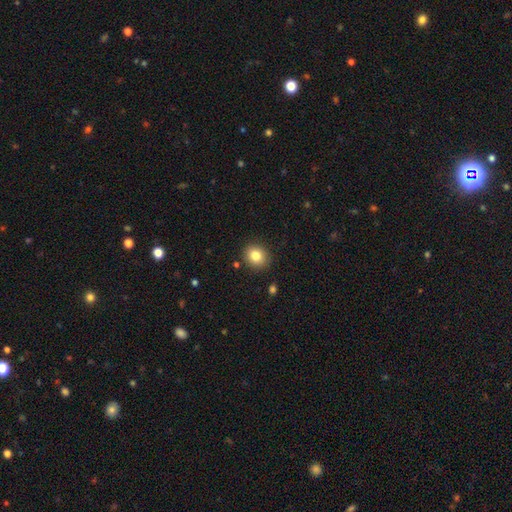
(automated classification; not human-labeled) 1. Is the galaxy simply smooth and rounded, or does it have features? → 83% smooth, 10% star or artifact, 7% featured or disk.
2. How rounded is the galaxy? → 73% round, 26% in between, 1% cigar-shaped.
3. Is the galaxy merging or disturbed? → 88% none, 8% minor disturbance, 2% major disturbance, 2% merger.